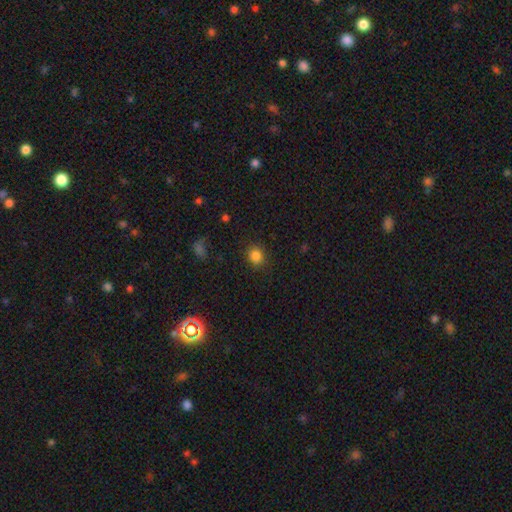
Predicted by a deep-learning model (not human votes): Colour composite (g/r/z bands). It shows a smooth galaxy with no disk features (84%) that is round (75%). Merging: none (86%).